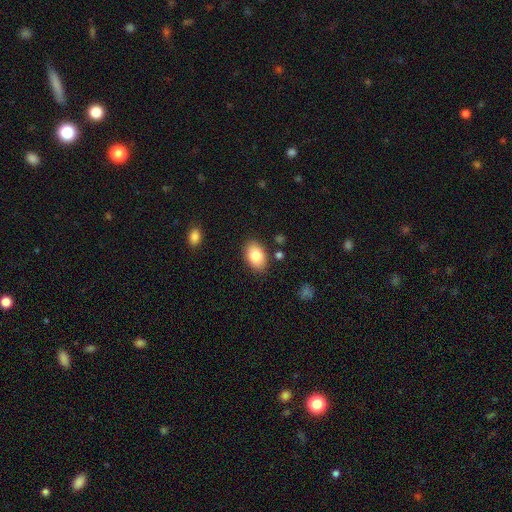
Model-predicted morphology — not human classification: smooth-or-featured: smooth: 84% | featured or disk: 9% | star or artifact: 7%
  how-rounded: in between: 89% | round: 10% | cigar-shaped: 1%
  merging: none: 85% | minor disturbance: 10% | major disturbance: 3% | merger: 2%